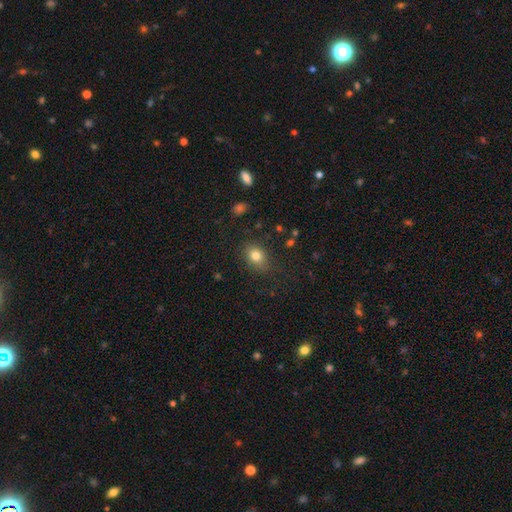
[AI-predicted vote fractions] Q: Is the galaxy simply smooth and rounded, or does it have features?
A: smooth — 80%.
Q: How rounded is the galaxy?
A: in between — 67%.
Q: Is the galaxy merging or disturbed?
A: none — 81%.